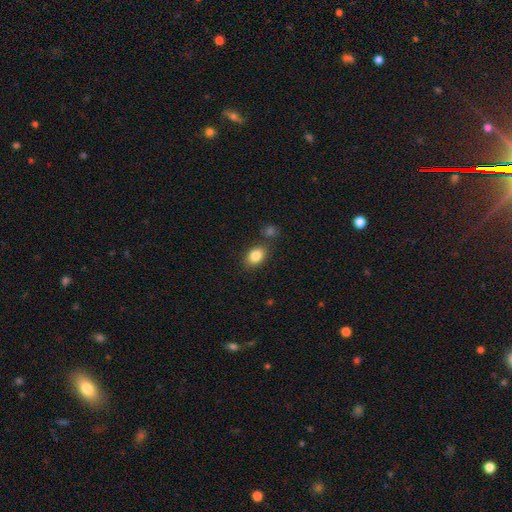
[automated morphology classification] Smooth or featured? smooth (84%)
How rounded? in between (76%)
Merging? none (76%)